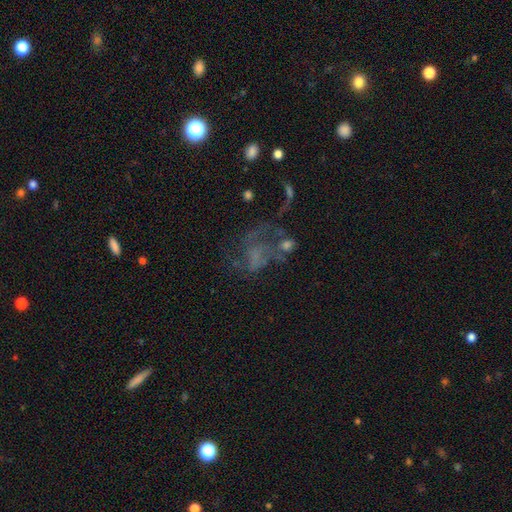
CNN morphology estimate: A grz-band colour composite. It shows a featured or disk galaxy (55%) with no bar (78%), spiral arms (50%, tied with no) and no central bulge (63%). Merging: major disturbance (42%).